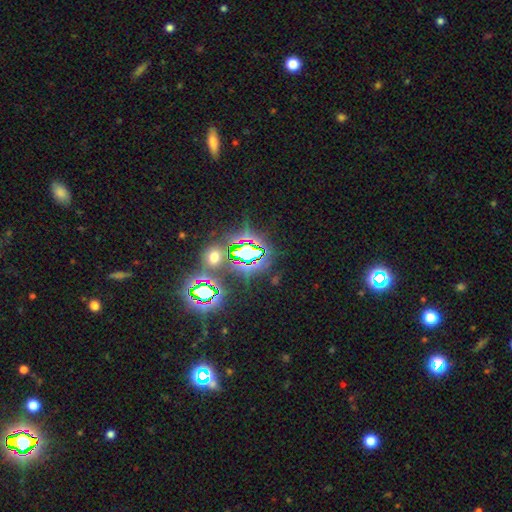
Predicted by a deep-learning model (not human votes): A star or artifact, not a galaxy (80%).

Vote fractions:
- Smooth or featured? star or artifact: 80% / smooth: 12% / featured or disk: 8%